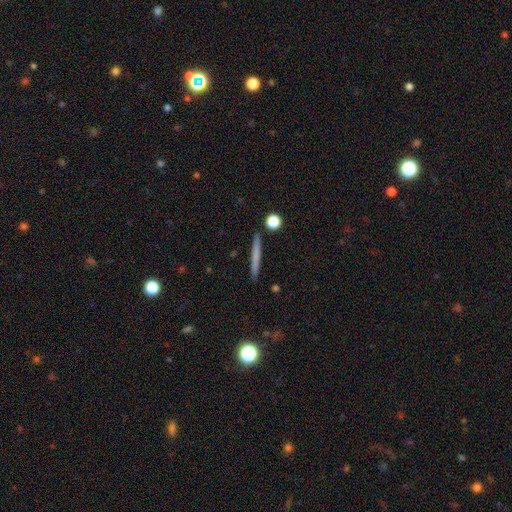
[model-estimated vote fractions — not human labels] Q: Smooth or featured?
A: smooth (61%); runner-up: featured or disk (32%)
Q: How rounded?
A: cigar-shaped (96%); runner-up: in between (2%)
Q: Merging?
A: none (91%); runner-up: minor disturbance (6%)